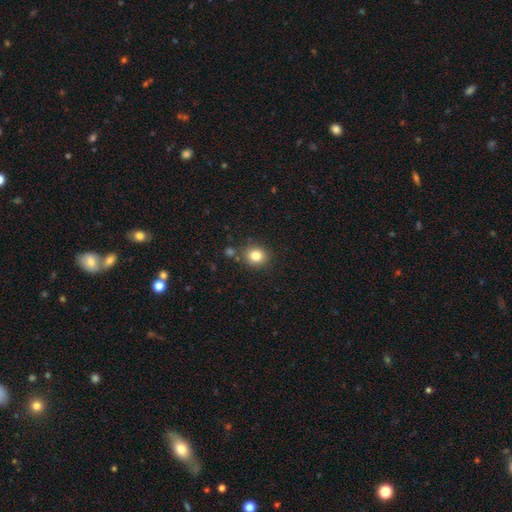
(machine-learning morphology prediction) smooth_or_featured: smooth (p=0.81) [alt: star or artifact p=0.12]
how_rounded: round (p=0.82) [alt: in between p=0.17]
merging: none (p=0.81) [alt: minor disturbance p=0.10]